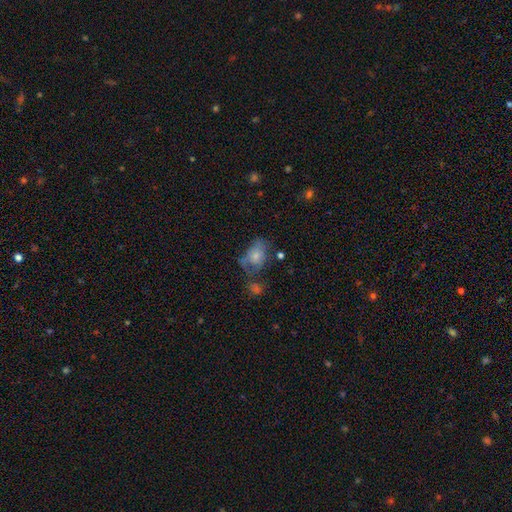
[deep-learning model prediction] Smooth or featured? smooth (65%)
How rounded? in between (80%)
Merging? none (31%)